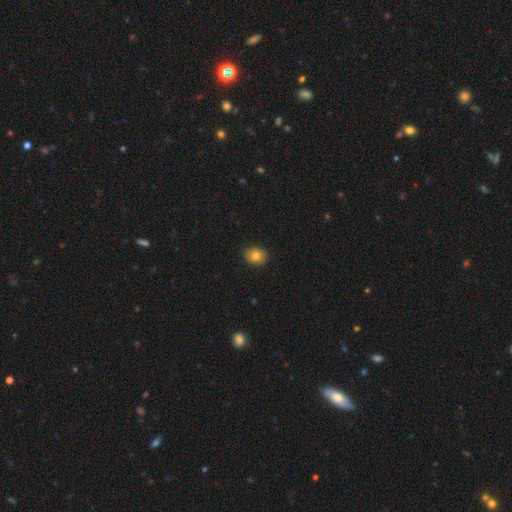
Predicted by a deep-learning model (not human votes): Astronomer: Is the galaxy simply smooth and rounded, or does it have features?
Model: smooth — 79%.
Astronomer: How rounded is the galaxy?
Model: round — 52% (runner-up: in between, 47%).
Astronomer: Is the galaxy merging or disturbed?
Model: none — 85%.